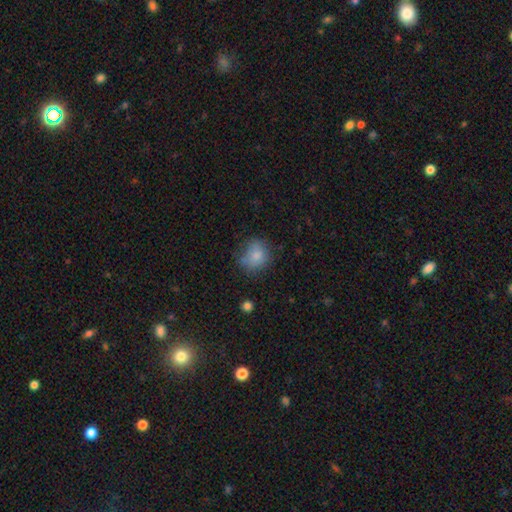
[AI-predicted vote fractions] Q: Smooth or featured?
A: smooth (81%); runner-up: star or artifact (10%)
Q: How rounded?
A: round (69%); runner-up: in between (30%)
Q: Merging?
A: none (61%); runner-up: minor disturbance (26%)